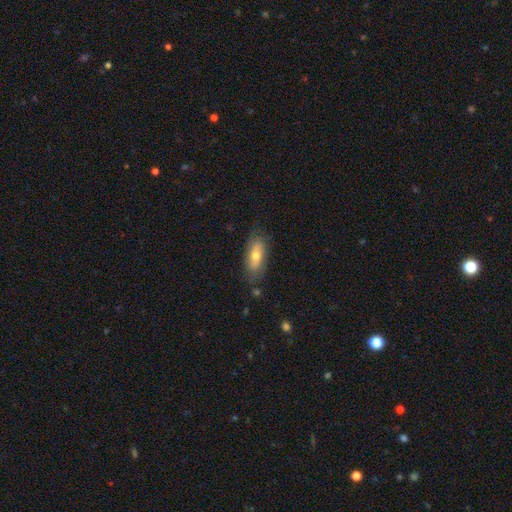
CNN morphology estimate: A smooth galaxy with no disk features (58%) that is in between round and cigar-shaped (77%). Merging: none (75%).